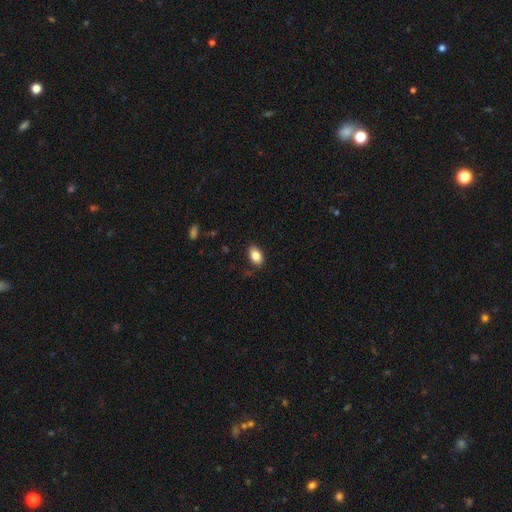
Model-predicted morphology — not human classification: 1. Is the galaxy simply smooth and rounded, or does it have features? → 84% smooth, 8% featured or disk, 8% star or artifact.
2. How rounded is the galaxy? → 90% in between, 8% round, 2% cigar-shaped.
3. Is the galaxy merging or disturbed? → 86% none, 11% minor disturbance, 2% major disturbance, 1% merger.